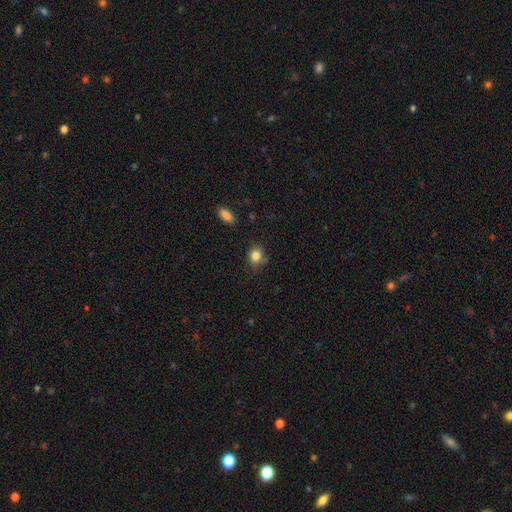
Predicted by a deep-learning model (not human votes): The model was most divided on "how rounded": round: 61%, in between: 38%, cigar-shaped: 1%. More confident: smooth or featured — smooth (83%); merging — none (73%).